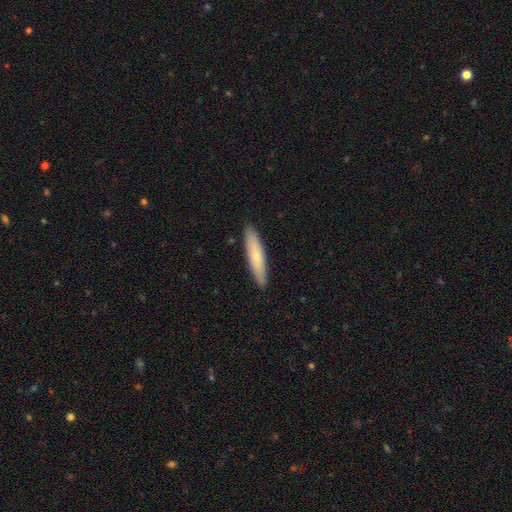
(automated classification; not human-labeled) Morphology: type=smooth (71%); roundness=cigar-shaped (85%); merging=none (90%).